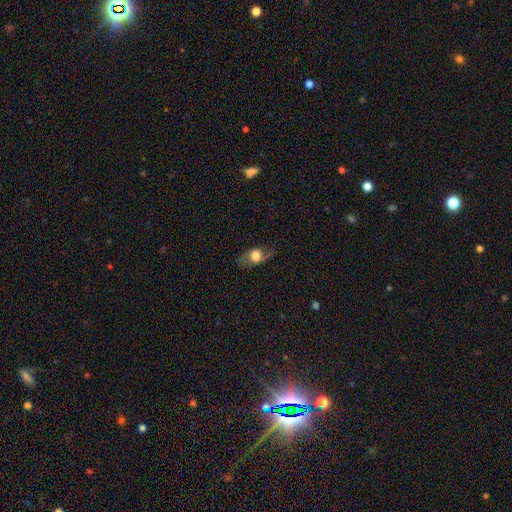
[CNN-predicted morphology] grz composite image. It shows a smooth galaxy with no disk features (55%) that is in between round and cigar-shaped (65%). Merging: none (69%).